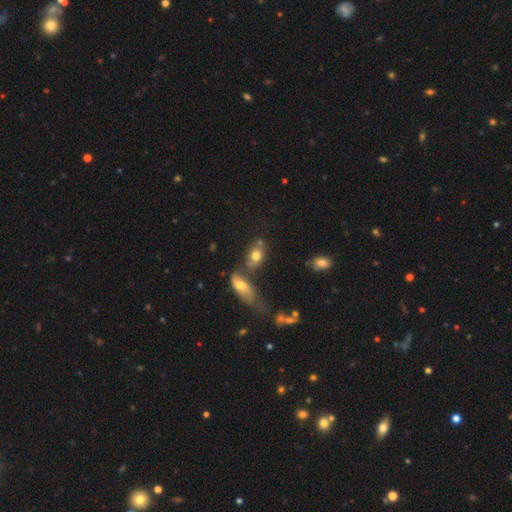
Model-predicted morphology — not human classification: A smooth galaxy with no disk features (73%) that is in between round and cigar-shaped (73%).

Vote fractions:
- Smooth or featured? smooth: 73% / featured or disk: 17% / star or artifact: 10%
- How rounded? in between: 73% / round: 23% / cigar-shaped: 4%
- Merging? none: 43% / merger: 36% / minor disturbance: 14% / major disturbance: 7%